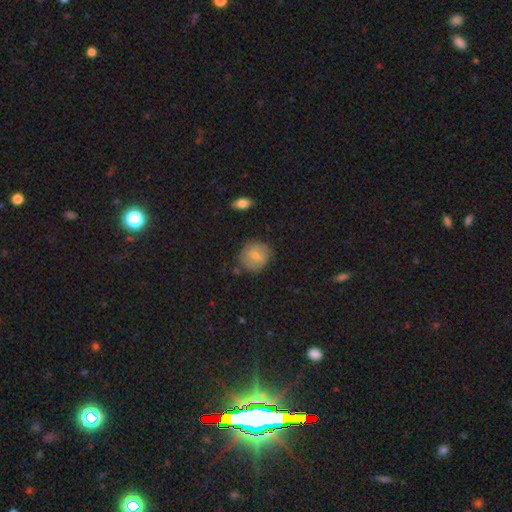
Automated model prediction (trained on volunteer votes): Overall: smooth (69%). How rounded: round (81%). Merging: none (69%).